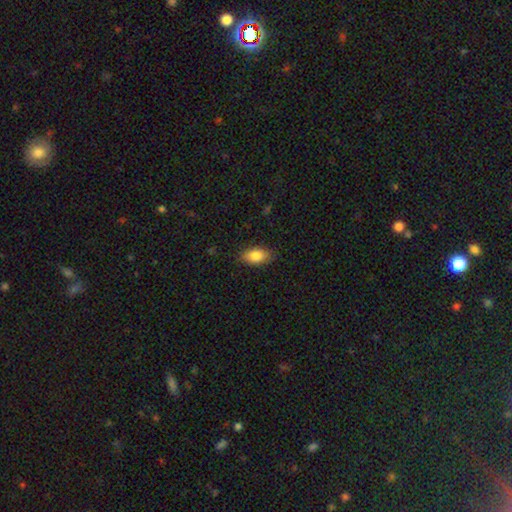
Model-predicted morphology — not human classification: smooth-or-featured: smooth: 86% | featured or disk: 7% | star or artifact: 7%
  how-rounded: in between: 91% | round: 5% | cigar-shaped: 4%
  merging: none: 83% | minor disturbance: 13% | major disturbance: 3% | merger: 1%